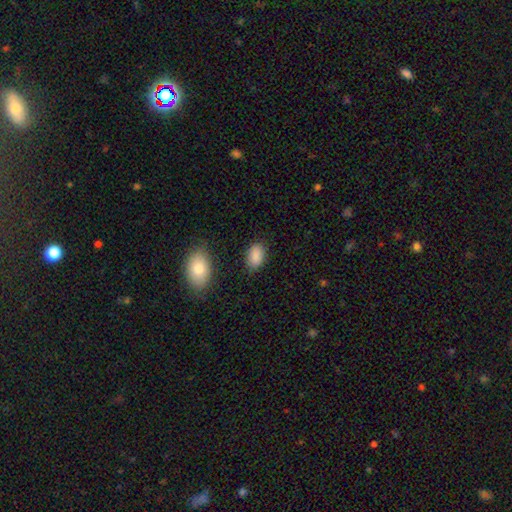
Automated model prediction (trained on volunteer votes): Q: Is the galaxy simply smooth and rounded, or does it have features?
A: smooth — 88%.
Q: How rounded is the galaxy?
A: in between — 91%.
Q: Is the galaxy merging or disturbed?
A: none — 82%.